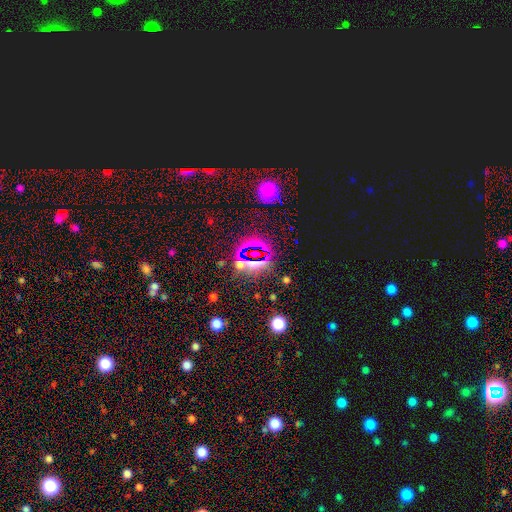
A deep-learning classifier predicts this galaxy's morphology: Smooth or featured: star or artifact — 75% (smooth — 16%)